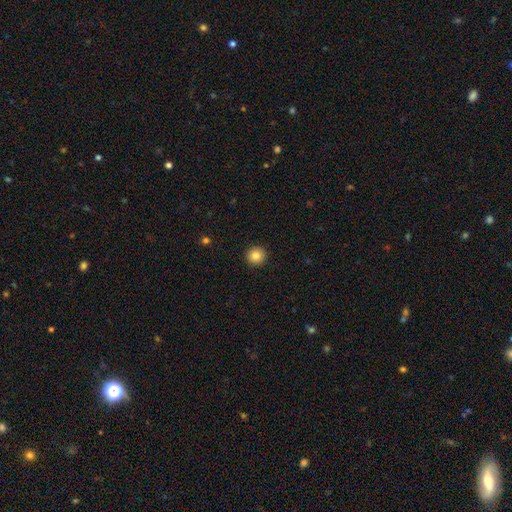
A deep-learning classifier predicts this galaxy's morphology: A smooth galaxy with no disk features (85%) that is round (95%).

Vote fractions:
- Smooth or featured? smooth: 85% / star or artifact: 10% / featured or disk: 6%
- How rounded? round: 95% / in between: 4% / cigar-shaped: 1%
- Merging? none: 93% / minor disturbance: 5% / major disturbance: 2% / merger: 1%